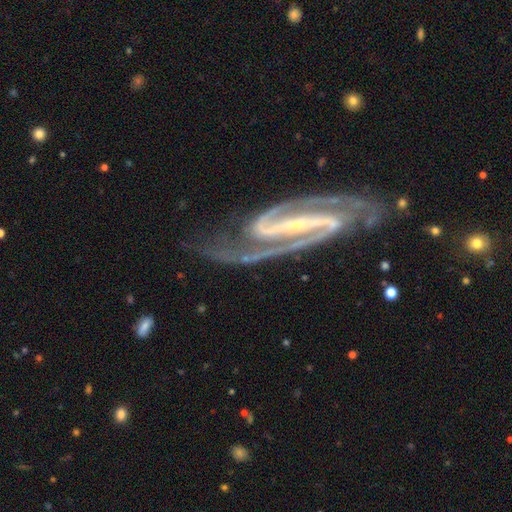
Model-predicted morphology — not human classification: Smooth or featured?
  - featured or disk: 94% *
  - star or artifact: 4%
  - smooth: 2%
Edge-on disk?
  - no: 96% *
  - yes: 4%
Bar?
  - strong: 77% *
  - weak: 16%
  - no: 8%
Spiral arms?
  - yes: 99% *
  - no: 1%
Spiral winding?
  - medium: 54% *
  - tight: 35%
  - loose: 11%
Spiral arm count?
  - 2: 94% *
  - 3: 2%
  - can't tell: 1%
  - 1: 1%
  - 4: 1%
  - more than 4: 1%
Bulge size?
  - small: 81% *
  - moderate: 13%
  - none: 4%
  - large: 1%
  - dominant: 1%
Merging?
  - none: 77% *
  - minor disturbance: 15%
  - major disturbance: 6%
  - merger: 2%